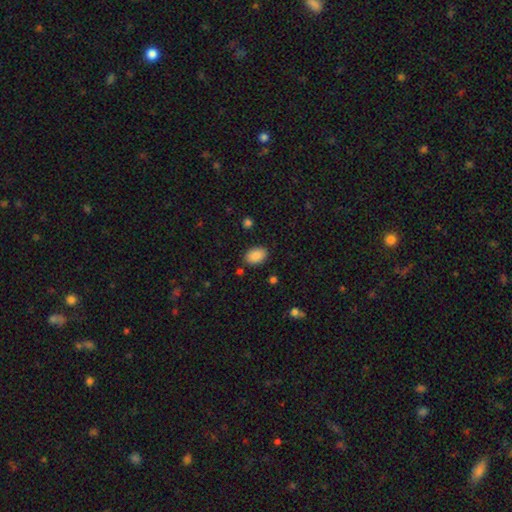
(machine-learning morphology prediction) Smooth or featured: smooth — 89% (star or artifact — 8%)
How rounded: in between — 86% (round — 13%)
Merging: none — 86% (minor disturbance — 10%)